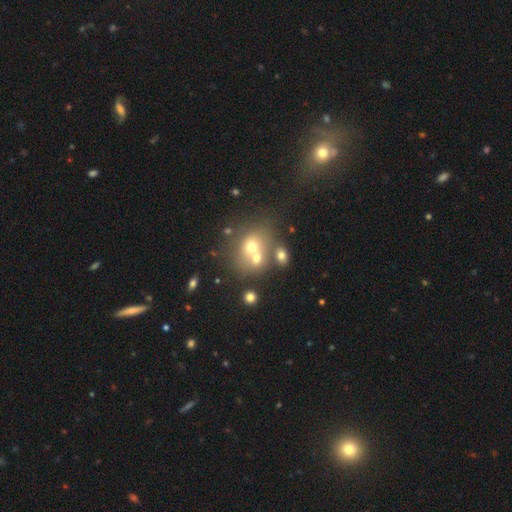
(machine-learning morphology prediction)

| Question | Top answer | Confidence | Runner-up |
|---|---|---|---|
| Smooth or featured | smooth | 55% | featured or disk (26%) |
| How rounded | round | 69% | in between (30%) |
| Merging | merger | 49% | none (37%) |